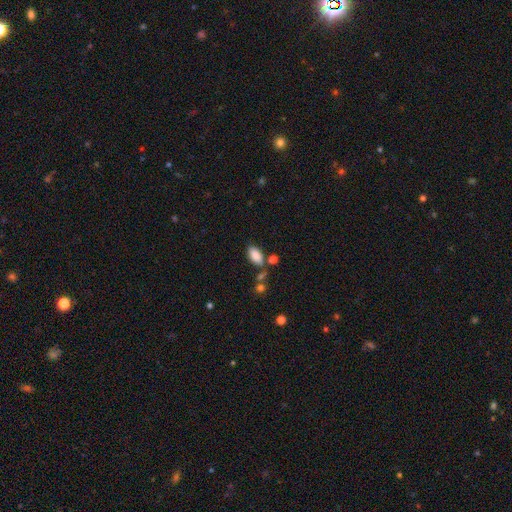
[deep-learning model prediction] The model was most divided on "merging": none: 67%, minor disturbance: 15%, merger: 13%, major disturbance: 5%. More confident: how rounded — in between (93%); smooth or featured — smooth (86%).